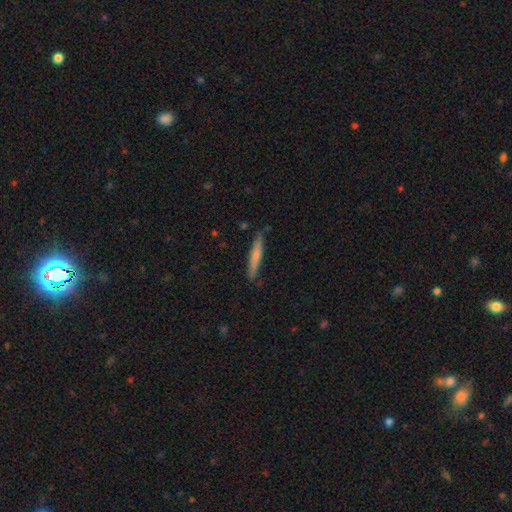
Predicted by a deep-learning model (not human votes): smooth 67%, featured or disk 27%, star or artifact 6%. Down the decision tree: how rounded — cigar-shaped (94%); merging — none (83%).